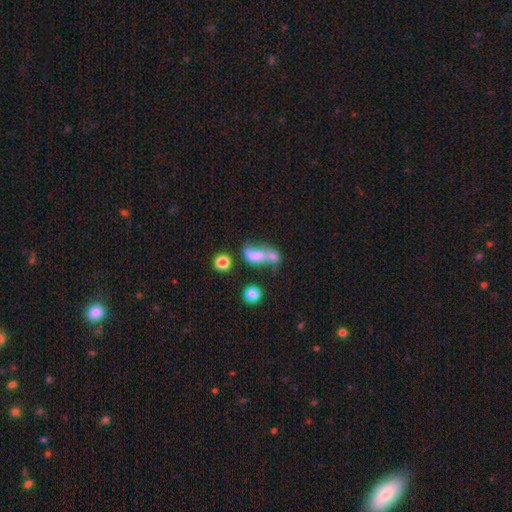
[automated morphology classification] smooth_or_featured: smooth (p=0.57) [alt: featured or disk p=0.29]
how_rounded: in between (p=0.71) [alt: round p=0.18]
merging: merger (p=0.60) [alt: none p=0.16]